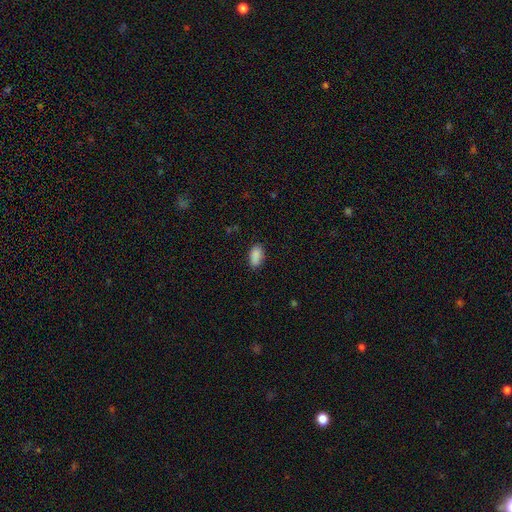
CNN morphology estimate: type=smooth (88%); roundness=in between (92%); merging=none (79%).